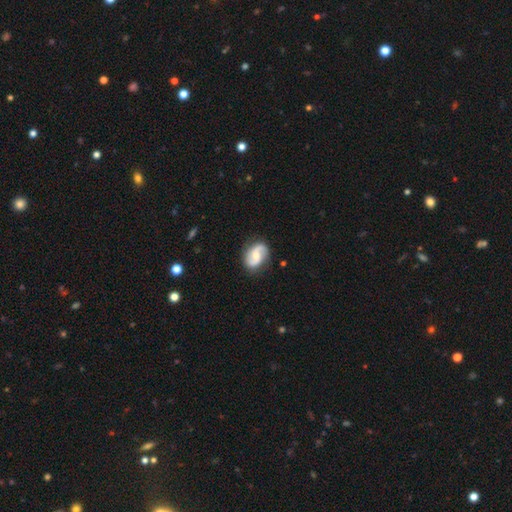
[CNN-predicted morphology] smooth_or_featured: featured or disk (p=0.78) [alt: smooth p=0.17]
disk_edge_on: no (p=0.98) [alt: yes p=0.02]
bar: no (p=0.47) [alt: weak p=0.41]
has_spiral_arms: yes (p=0.95) [alt: no p=0.05]
spiral_winding: loose (p=0.43) [alt: medium p=0.41]
spiral_arm_count: 2 (p=0.91) [alt: can't tell p=0.03]
bulge_size: moderate (p=0.57) [alt: small p=0.34]
merging: none (p=0.82) [alt: minor disturbance p=0.13]